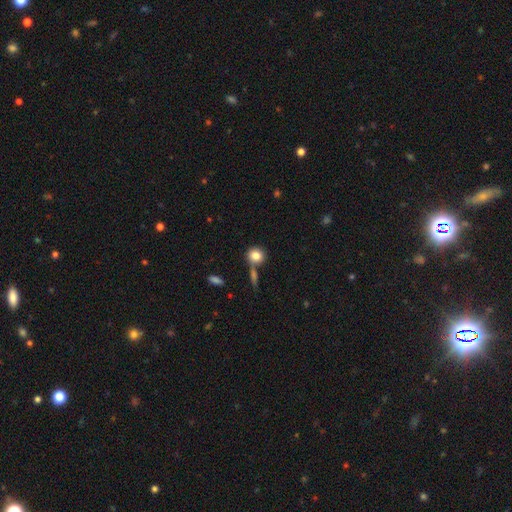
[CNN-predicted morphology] A smooth galaxy with no disk features (82%) that is round (82%).

Vote fractions:
- Smooth or featured? smooth: 82% / star or artifact: 9% / featured or disk: 9%
- How rounded? round: 82% / in between: 16% / cigar-shaped: 1%
- Merging? none: 66% / merger: 19% / minor disturbance: 11% / major disturbance: 4%